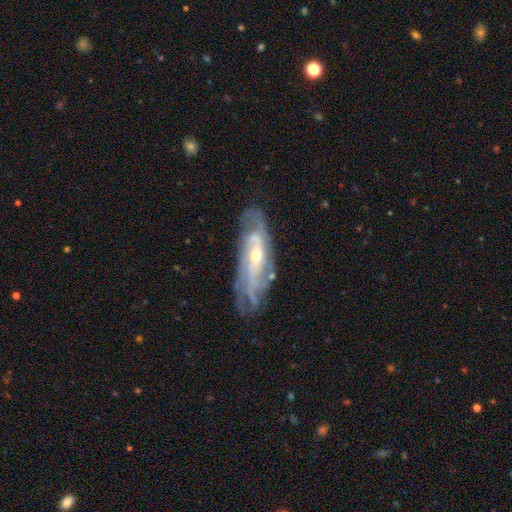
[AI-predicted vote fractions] Smooth or featured? Predicted: featured or disk (p=0.82). Edge-on disk? Predicted: no (p=0.80). Bar? Predicted: no (p=0.46). Spiral arms? Predicted: yes (p=0.91). Spiral winding? Predicted: tight (p=0.49). Spiral arm count? Predicted: can't tell (p=0.41). Bulge size? Predicted: small (p=0.52). Merging? Predicted: none (p=0.71).